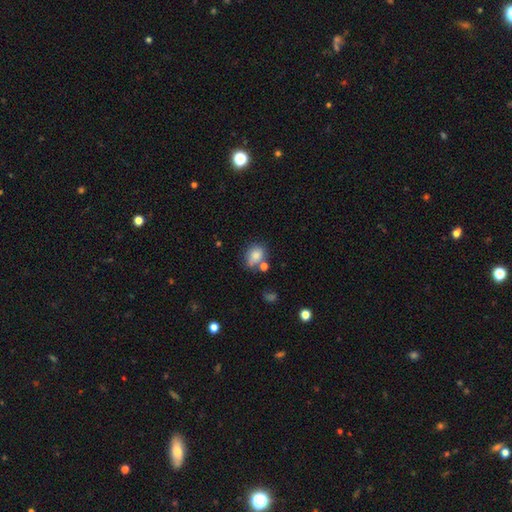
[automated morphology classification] Overall: smooth (79%). How rounded: in between (53%; round 46%). Merging: none (54%; minor disturbance 21%).